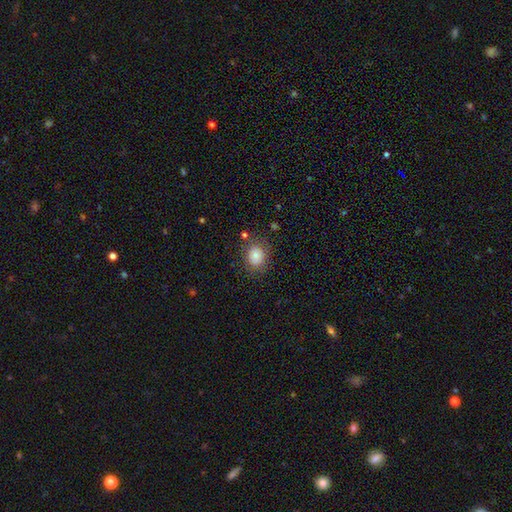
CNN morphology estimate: Q: Smooth or featured?
A: smooth (80%); runner-up: star or artifact (10%)
Q: How rounded?
A: round (60%); runner-up: in between (40%)
Q: Merging?
A: none (78%); runner-up: minor disturbance (14%)